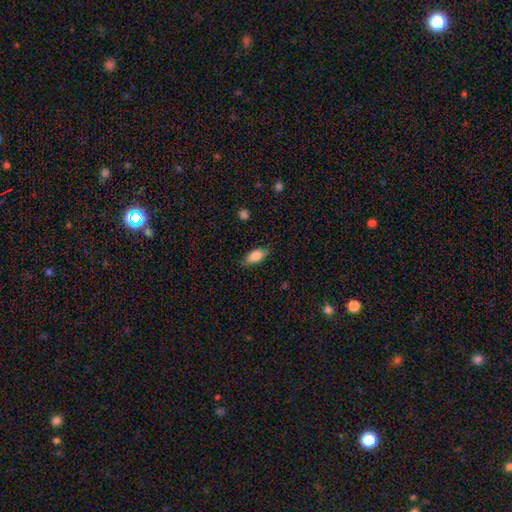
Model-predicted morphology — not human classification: smooth 80%, featured or disk 13%, star or artifact 7%. Down the decision tree: how rounded — in between (83%); merging — none (79%).